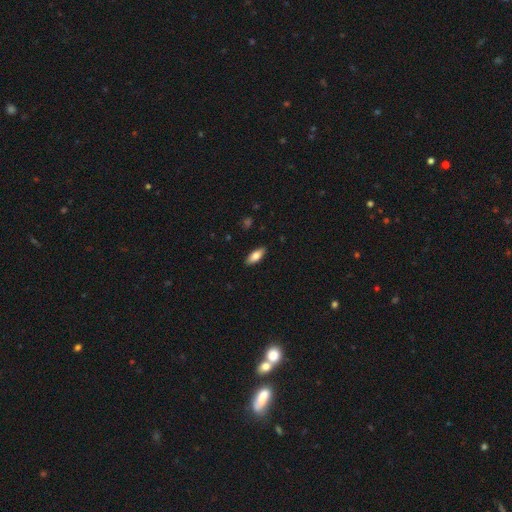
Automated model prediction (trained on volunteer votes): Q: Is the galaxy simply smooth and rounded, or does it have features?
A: smooth — 77%.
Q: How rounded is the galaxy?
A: in between — 79%.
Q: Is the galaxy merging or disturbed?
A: none — 89%.